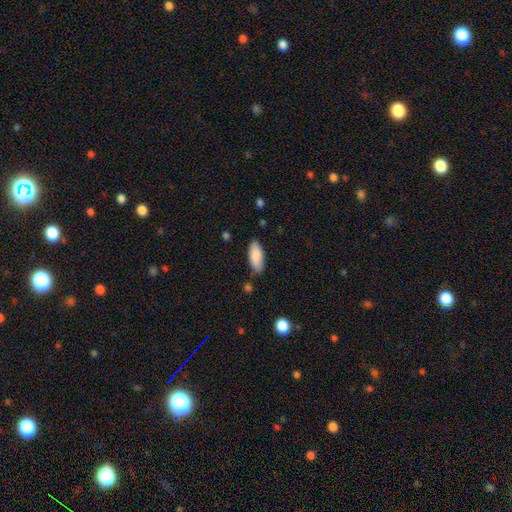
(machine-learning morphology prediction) Q: Smooth or featured?
A: smooth (87%); runner-up: featured or disk (7%)
Q: How rounded?
A: in between (83%); runner-up: cigar-shaped (15%)
Q: Merging?
A: none (81%); runner-up: minor disturbance (14%)